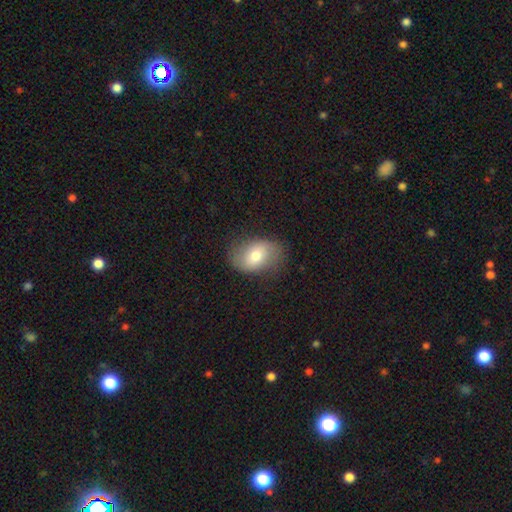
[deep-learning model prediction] Smooth or featured: smooth — 63% (featured or disk — 28%)
How rounded: in between — 77% (round — 21%)
Merging: none — 75% (minor disturbance — 18%)